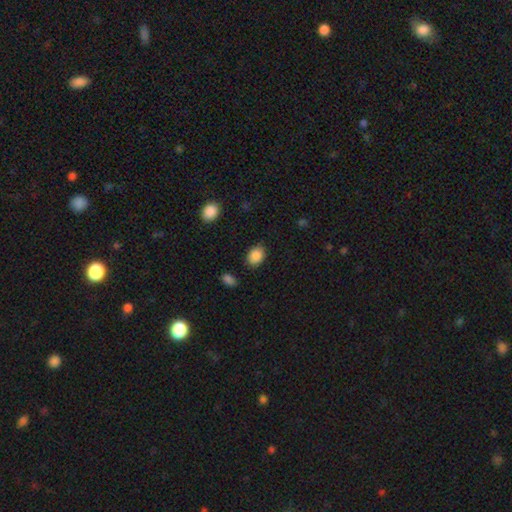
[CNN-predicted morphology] A smooth galaxy with no disk features (88%) that is in between round and cigar-shaped (72%).

Vote fractions:
- Smooth or featured? smooth: 88% / star or artifact: 8% / featured or disk: 4%
- How rounded? in between: 72% / round: 27% / cigar-shaped: 1%
- Merging? none: 83% / minor disturbance: 12% / major disturbance: 3% / merger: 2%